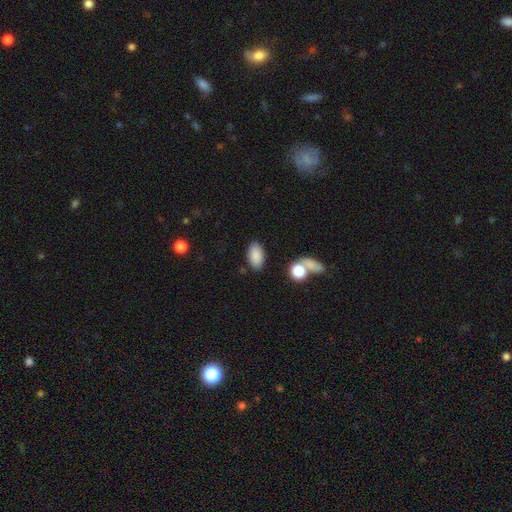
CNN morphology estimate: Overall: smooth (87%). How rounded: in between (93%). Merging: none (82%).